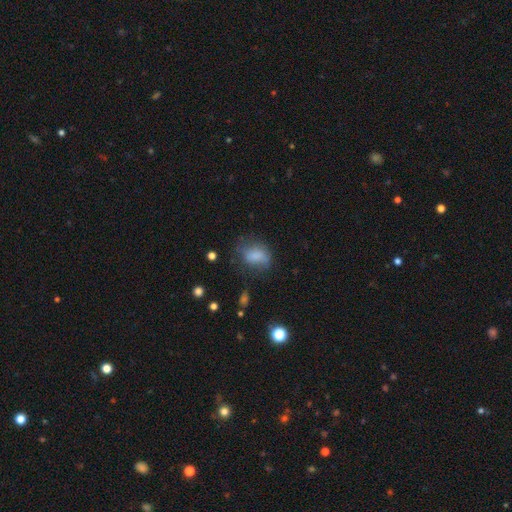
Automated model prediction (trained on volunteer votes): Smooth or featured? Predicted: smooth (p=0.77). How rounded? Predicted: in between (p=0.71). Merging? Predicted: none (p=0.53).